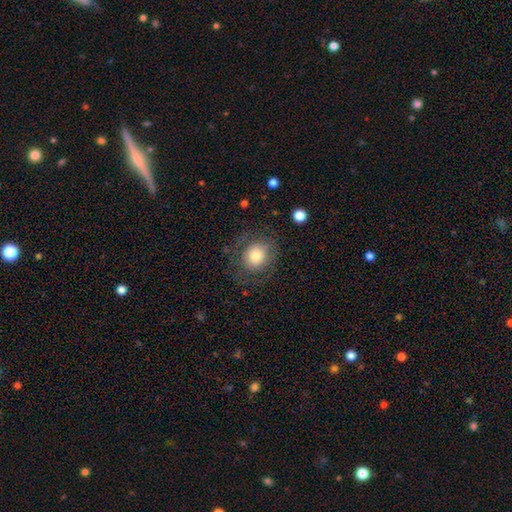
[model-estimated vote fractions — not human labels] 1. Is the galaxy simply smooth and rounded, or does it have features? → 72% smooth, 19% featured or disk, 9% star or artifact.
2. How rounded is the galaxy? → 79% round, 20% in between, 1% cigar-shaped.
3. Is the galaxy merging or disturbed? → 71% none, 16% minor disturbance, 12% major disturbance, 1% merger.